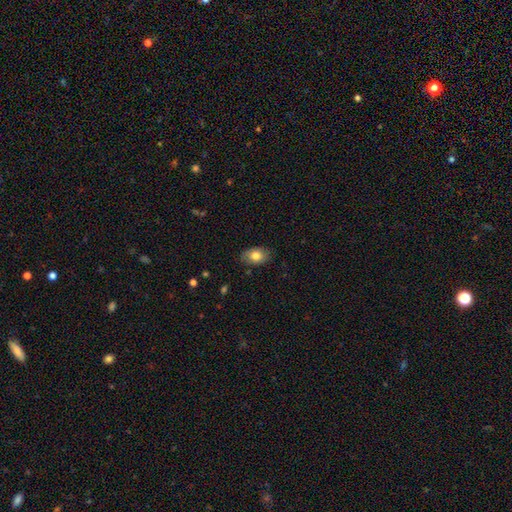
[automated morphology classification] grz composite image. It shows a smooth galaxy with no disk features (79%) that is in between round and cigar-shaped (86%). Merging: none (83%).